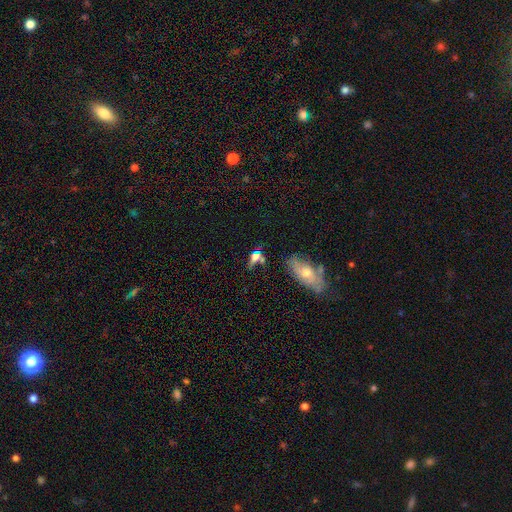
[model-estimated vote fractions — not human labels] A smooth galaxy with no disk features (52%) that is in between round and cigar-shaped (51%).

Vote fractions:
- Smooth or featured? smooth: 52% / featured or disk: 27% / star or artifact: 21%
- How rounded? in between: 51% / round: 27% / cigar-shaped: 22%
- Merging? none: 52% / merger: 22% / minor disturbance: 16% / major disturbance: 10%